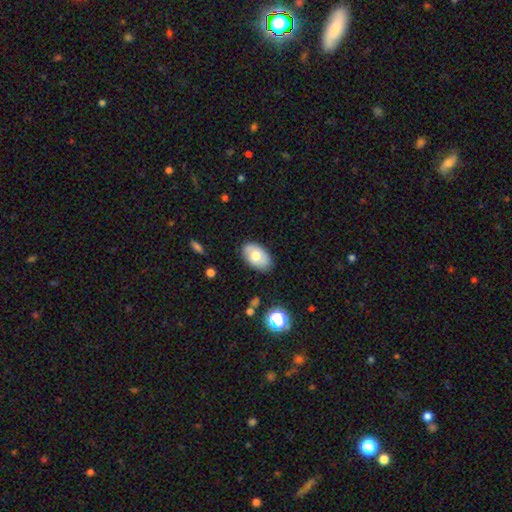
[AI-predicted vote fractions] A smooth galaxy with no disk features (64%) that is in between round and cigar-shaped (90%). Merging: none (81%).